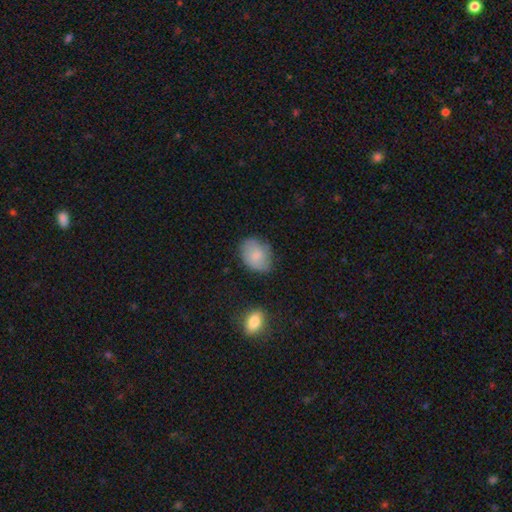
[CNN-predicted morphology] smooth_or_featured: smooth (p=0.76) [alt: featured or disk p=0.17]
how_rounded: in between (p=0.72) [alt: round p=0.27]
merging: none (p=0.71) [alt: minor disturbance p=0.22]